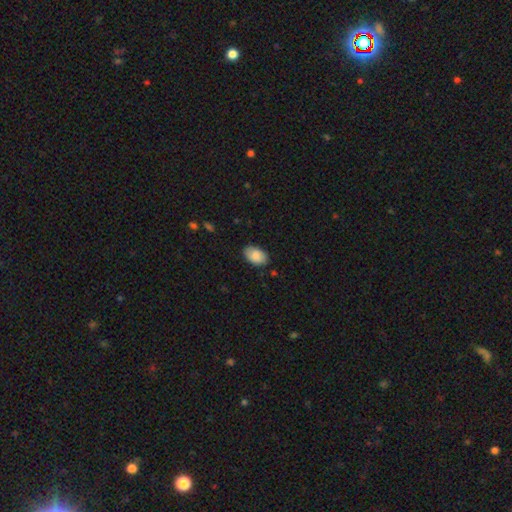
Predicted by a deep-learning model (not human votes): smooth_or_featured: smooth (p=0.87) [alt: featured or disk p=0.07]
how_rounded: in between (p=0.91) [alt: round p=0.08]
merging: none (p=0.82) [alt: minor disturbance p=0.14]